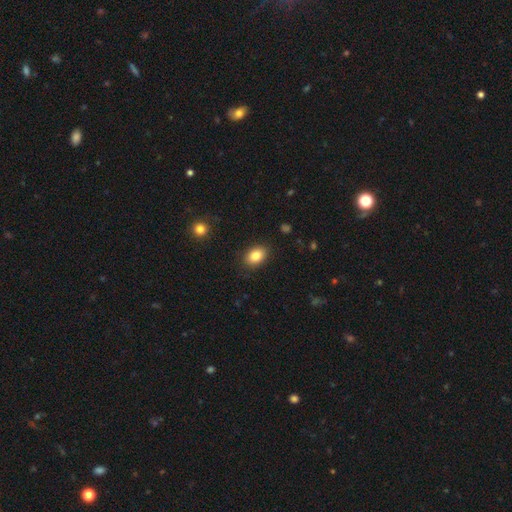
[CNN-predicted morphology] Smooth or featured? smooth (85%)
How rounded? in between (80%)
Merging? none (88%)